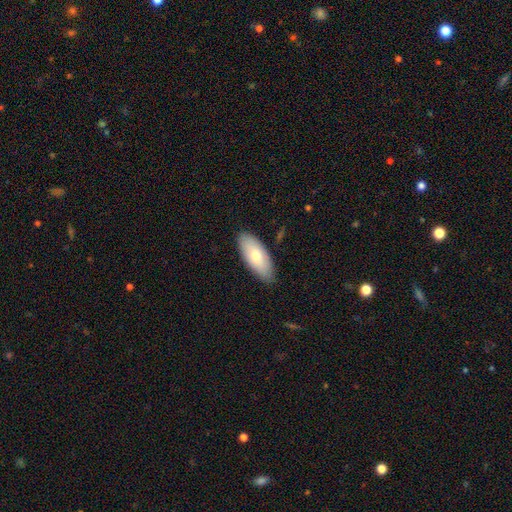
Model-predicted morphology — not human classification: This is likely a smooth galaxy (71%). How rounded: clearly in between (86%). Merging: clearly none (86%).